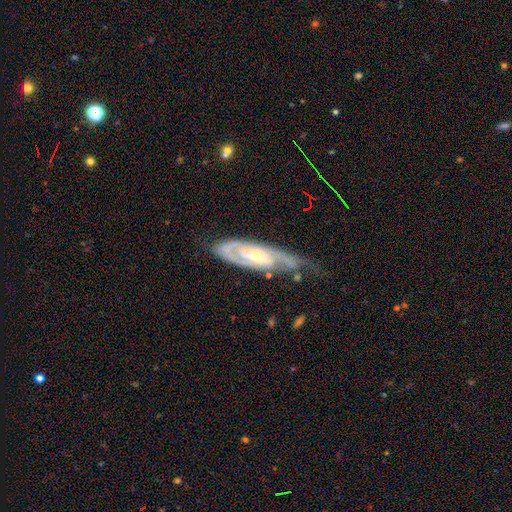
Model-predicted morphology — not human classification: A featured or disk galaxy (82%) with no bar (50%), 2 (55%) tight (59%) spiral arms (94%) and a small central bulge (56%).

Vote fractions:
- Smooth or featured? featured or disk: 82% / smooth: 13% / star or artifact: 5%
- Edge-on disk? no: 87% / yes: 13%
- Bar? no: 50% / weak: 37% / strong: 12%
- Spiral arms? yes: 94% / no: 6%
- Spiral winding? tight: 59% / medium: 33% / loose: 8%
- Spiral arm count? 2: 55% / can't tell: 24% / 3: 9% / 1: 8% / 4: 2% / more than 4: 2%
- Bulge size? small: 56% / moderate: 38% / none: 3% / large: 2% / dominant: 1%
- Merging? none: 48% / minor disturbance: 32% / major disturbance: 17% / merger: 3%